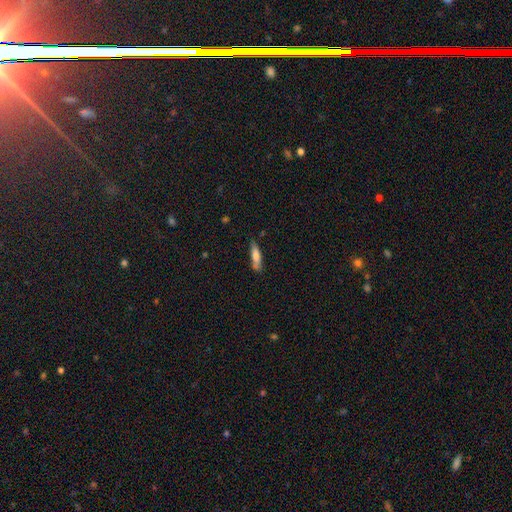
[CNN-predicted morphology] This is likely a smooth galaxy (73%). How rounded: likely cigar-shaped (73%). Merging: likely none (70%).